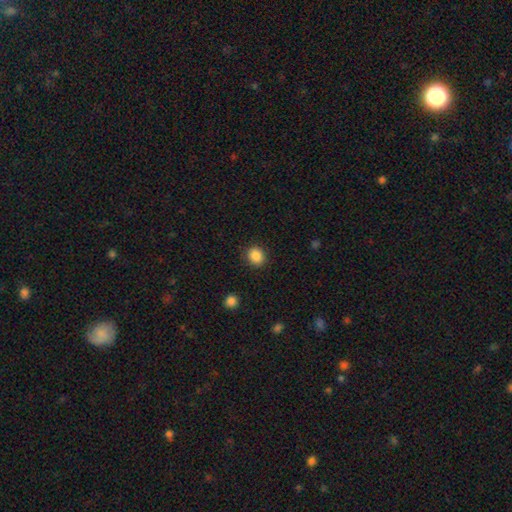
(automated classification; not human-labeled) Smooth or featured: smooth — 87% (star or artifact — 10%)
How rounded: round — 68% (in between — 31%)
Merging: none — 88% (minor disturbance — 8%)